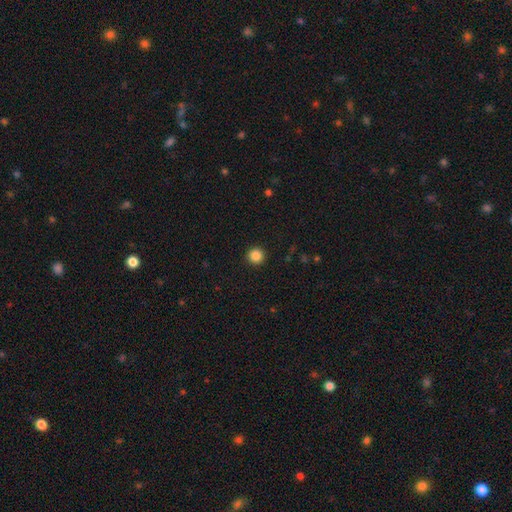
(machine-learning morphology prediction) Smooth or featured? Predicted: smooth (p=0.86). How rounded? Predicted: round (p=0.96). Merging? Predicted: none (p=0.93).